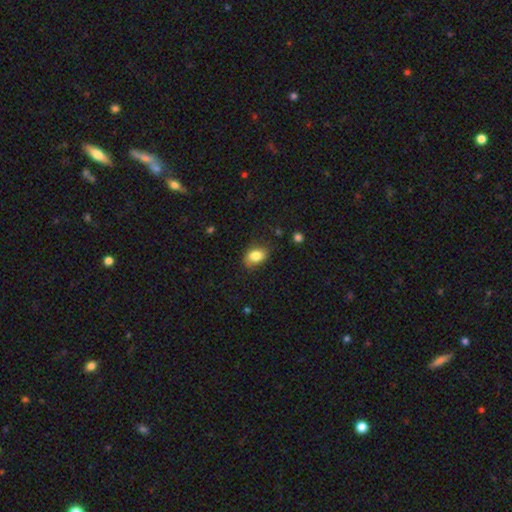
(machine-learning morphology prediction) This appears to be a smooth galaxy with no disk features (84%) that is in between round and cigar-shaped (81%). Merging: none (75%).